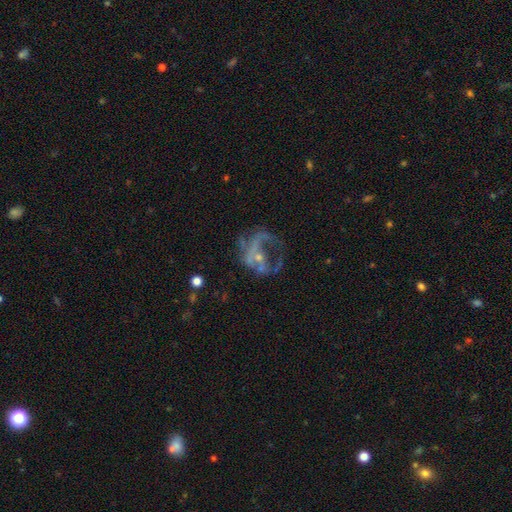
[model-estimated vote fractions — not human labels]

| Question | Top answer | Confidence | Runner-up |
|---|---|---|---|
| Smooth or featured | featured or disk | 67% | smooth (18%) |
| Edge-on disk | no | 98% | yes (2%) |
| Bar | no | 74% | weak (19%) |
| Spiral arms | no | 62% | yes (38%) |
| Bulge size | small | 52% | none (26%) |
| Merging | major disturbance | 49% | none (28%) |